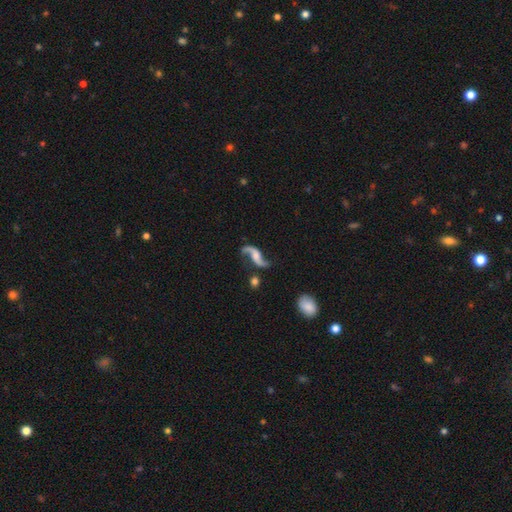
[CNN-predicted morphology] The model was most divided on "bulge size": none: 30%, moderate: 29%, small: 26%, large: 12%, dominant: 3%. More confident: spiral arms — yes (96%); edge-on disk — no (95%); spiral arm count — 2 (94%); spiral winding — loose (90%); smooth or featured — featured or disk (88%); merging — none (70%); bar — no (53%).